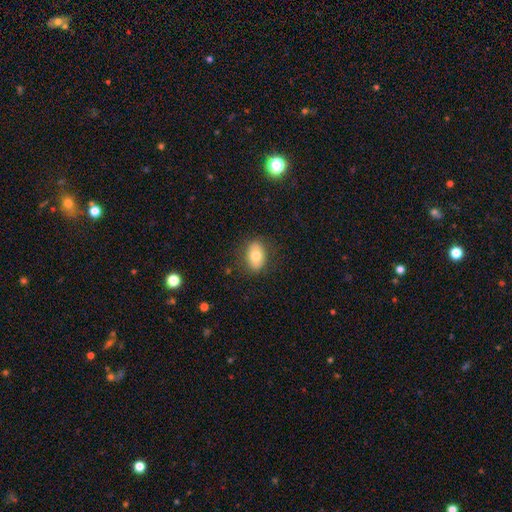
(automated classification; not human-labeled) The model was most divided on "smooth or featured": smooth: 74%, featured or disk: 17%, star or artifact: 8%. More confident: merging — none (82%); how rounded — in between (80%).